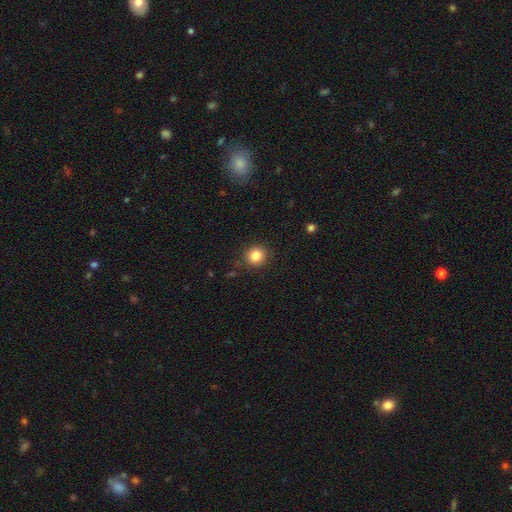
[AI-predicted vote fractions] The model was most divided on "smooth or featured": smooth: 84%, star or artifact: 11%, featured or disk: 6%. More confident: how rounded — round (89%); merging — none (89%).